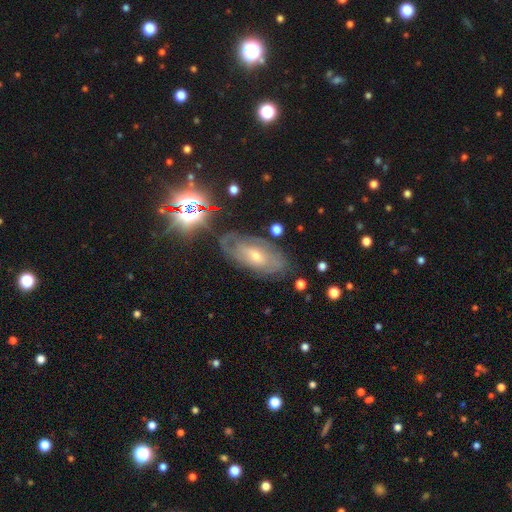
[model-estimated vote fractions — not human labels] The model was most divided on "bulge size": small: 58%, moderate: 37%, large: 2%, none: 2%, dominant: 1%. More confident: edge-on disk — no (89%); spiral arms — yes (75%); merging — none (71%); smooth or featured — featured or disk (64%); bar — no (62%).